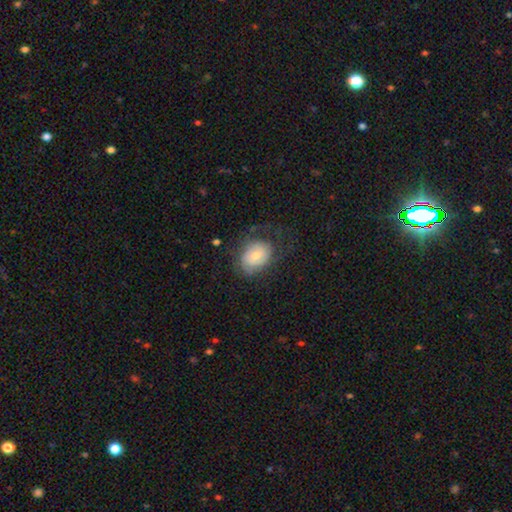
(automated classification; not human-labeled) This appears to be a featured or disk galaxy (50%). Merging: none (54%).